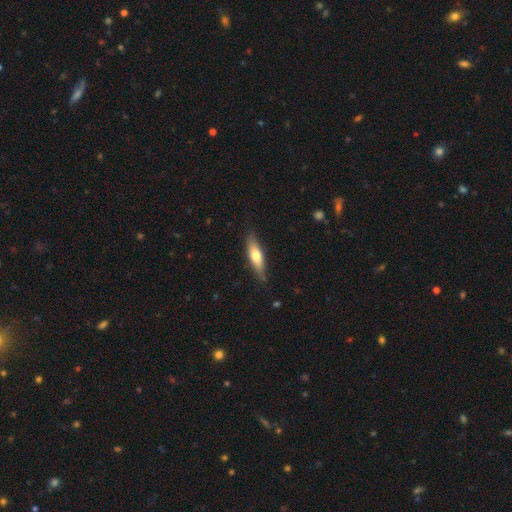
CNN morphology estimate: A smooth galaxy with no disk features (59%) that is cigar-shaped (62%).

Vote fractions:
- Smooth or featured? smooth: 59% / featured or disk: 35% / star or artifact: 6%
- How rounded? cigar-shaped: 62% / in between: 35% / round: 2%
- Merging? none: 82% / minor disturbance: 14% / major disturbance: 3% / merger: 1%